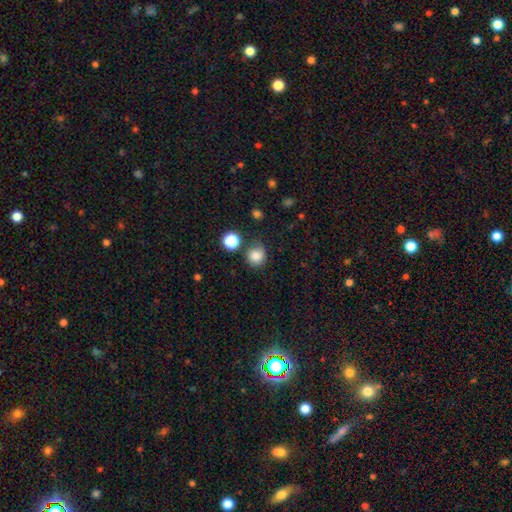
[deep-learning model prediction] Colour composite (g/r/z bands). It shows a smooth galaxy with no disk features (81%) that is round (83%). Merging: none (67%).